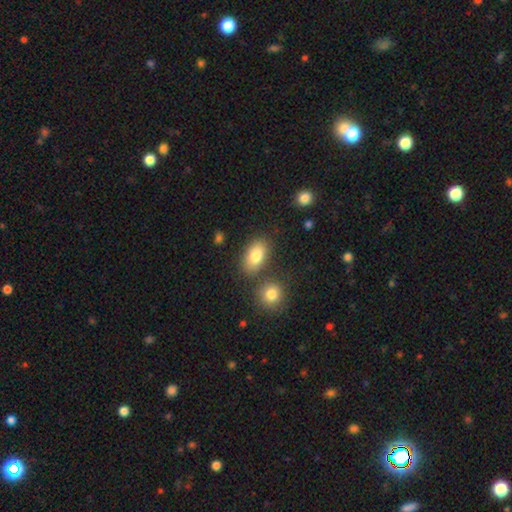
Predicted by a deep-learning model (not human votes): A smooth galaxy with no disk features (82%) that is in between round and cigar-shaped (89%).

Vote fractions:
- Smooth or featured? smooth: 82% / featured or disk: 10% / star or artifact: 8%
- How rounded? in between: 89% / round: 8% / cigar-shaped: 2%
- Merging? none: 73% / merger: 12% / minor disturbance: 11% / major disturbance: 3%